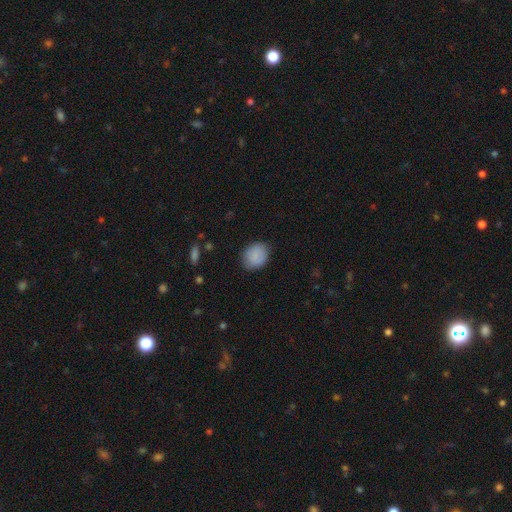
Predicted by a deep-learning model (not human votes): Morphology: type=smooth (84%); roundness=round (60%); merging=none (80%).